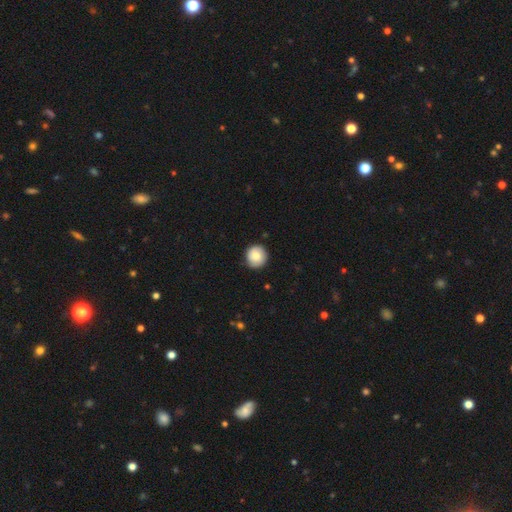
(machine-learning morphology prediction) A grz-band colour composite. It shows a smooth galaxy with no disk features (77%) that is round (93%). Merging: none (84%).